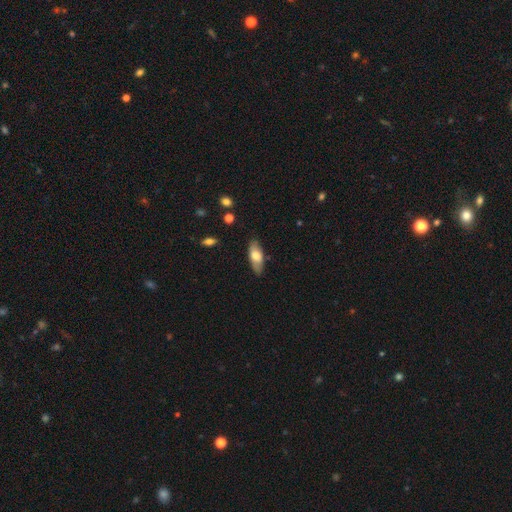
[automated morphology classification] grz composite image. It shows a smooth galaxy with no disk features (69%) that is in between round and cigar-shaped (76%). Merging: none (81%).